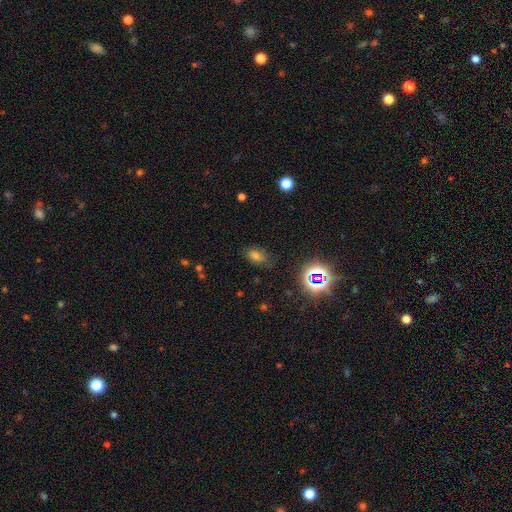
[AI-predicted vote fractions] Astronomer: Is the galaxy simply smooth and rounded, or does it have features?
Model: smooth — 68%.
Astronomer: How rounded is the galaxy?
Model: in between — 85%.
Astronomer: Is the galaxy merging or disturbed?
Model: none — 72%.